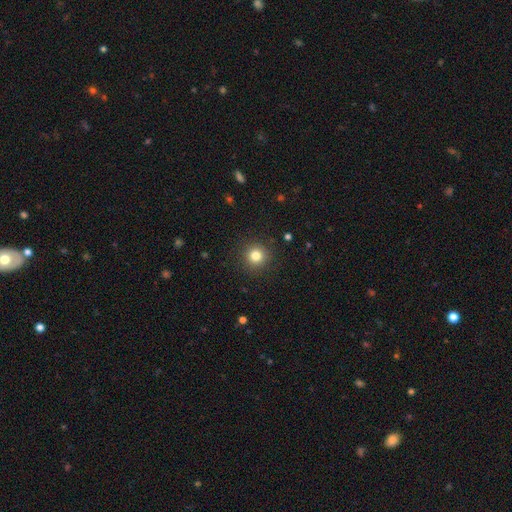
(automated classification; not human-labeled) Smooth or featured? smooth (81%)
How rounded? round (94%)
Merging? none (91%)